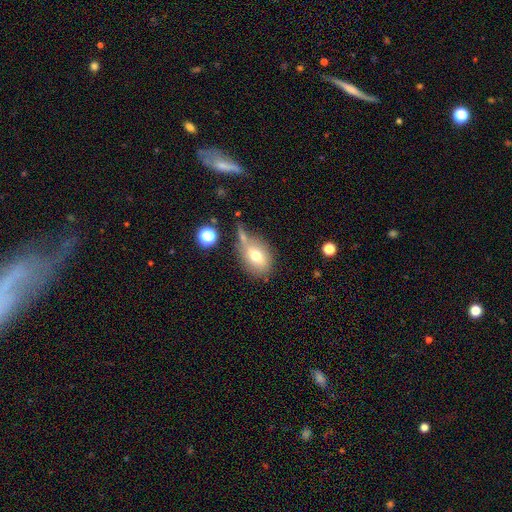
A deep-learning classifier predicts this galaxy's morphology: type=smooth (71%); roundness=in between (73%); merging=none (49%).